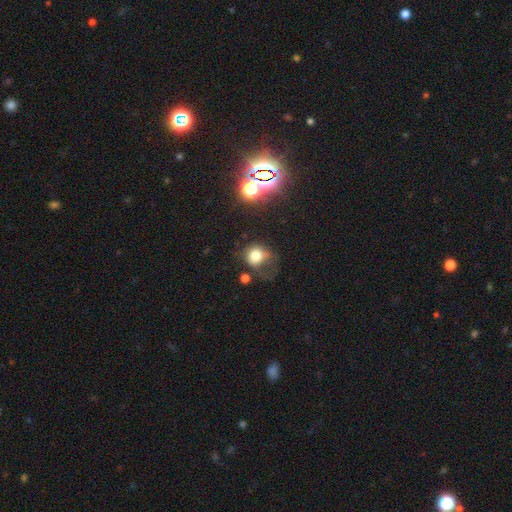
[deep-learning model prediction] smooth_or_featured: smooth (p=0.73) [alt: star or artifact p=0.14]
how_rounded: round (p=0.73) [alt: in between p=0.26]
merging: none (p=0.35) [alt: major disturbance p=0.32]